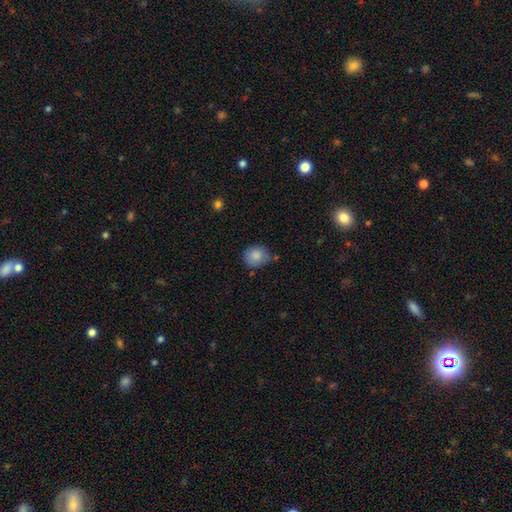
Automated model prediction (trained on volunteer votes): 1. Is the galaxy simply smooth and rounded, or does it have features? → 85% smooth, 9% star or artifact, 7% featured or disk.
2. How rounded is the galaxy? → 74% round, 25% in between, 1% cigar-shaped.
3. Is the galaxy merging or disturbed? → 64% none, 25% minor disturbance, 6% merger, 5% major disturbance.